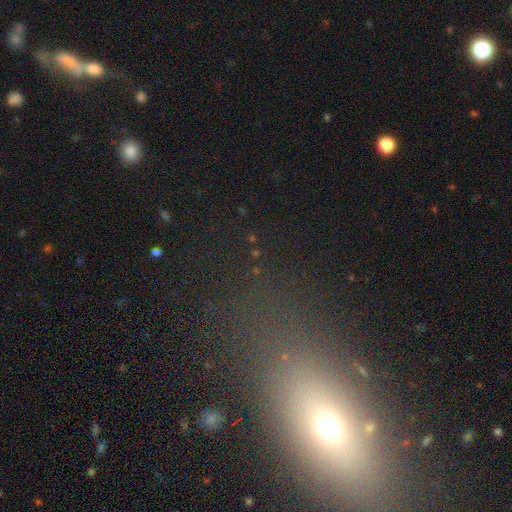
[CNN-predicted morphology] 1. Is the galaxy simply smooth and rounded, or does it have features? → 44% smooth, 38% star or artifact, 18% featured or disk.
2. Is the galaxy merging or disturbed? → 69% none, 14% minor disturbance, 12% major disturbance, 5% merger.